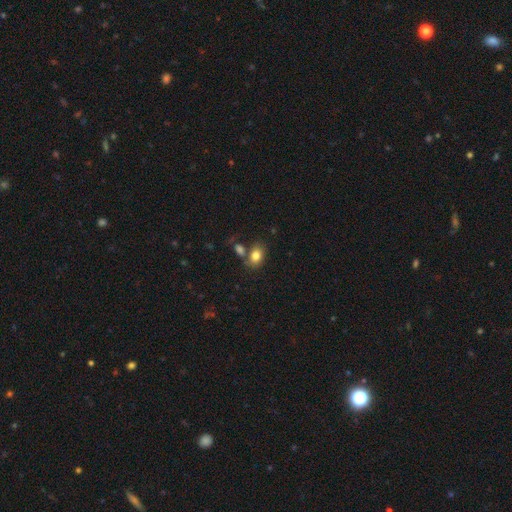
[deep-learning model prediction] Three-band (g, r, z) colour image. It shows a smooth galaxy with no disk features (81%) that is in between round and cigar-shaped (69%). Merging: none (57%).